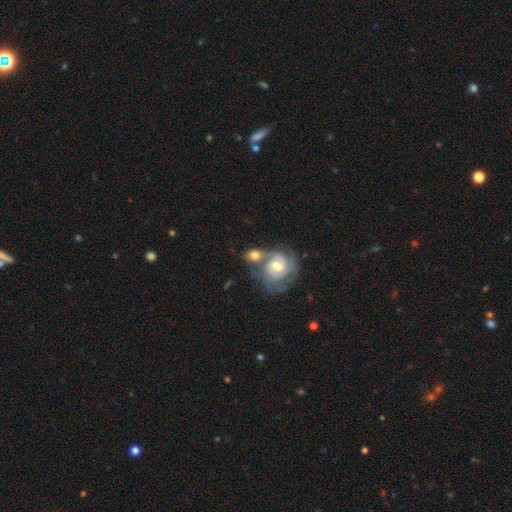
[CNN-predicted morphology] This appears to be a featured or disk galaxy (67%) with no bar (52%), 2 (43%) tight (59%) spiral arms (87%) and a moderate central bulge (65%). Merging: merger (41%).